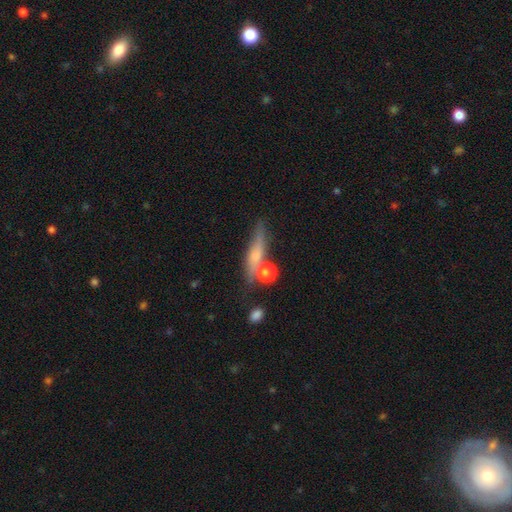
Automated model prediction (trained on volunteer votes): A smooth galaxy with no disk features (53%) that is cigar-shaped (66%).

Vote fractions:
- Smooth or featured? smooth: 53% / featured or disk: 36% / star or artifact: 11%
- How rounded? cigar-shaped: 66% / in between: 22% / round: 11%
- Merging? none: 60% / minor disturbance: 19% / merger: 13% / major disturbance: 8%